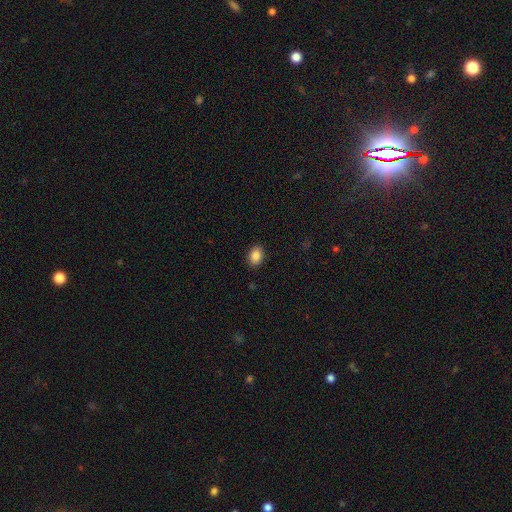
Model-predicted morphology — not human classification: Smooth or featured: smooth — 88% (star or artifact — 8%)
How rounded: in between — 75% (round — 24%)
Merging: none — 88% (minor disturbance — 8%)